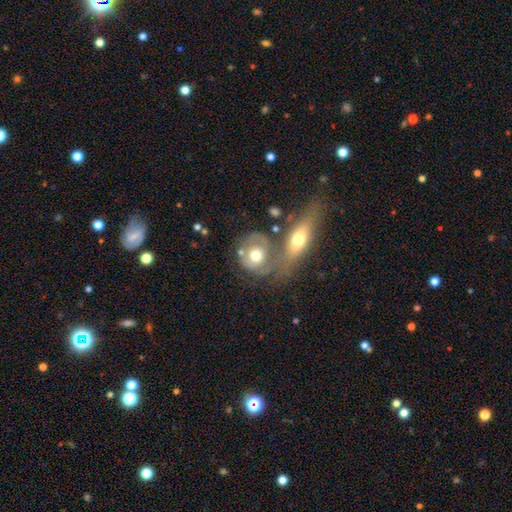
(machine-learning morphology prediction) smooth_or_featured: featured or disk (p=0.48) [alt: smooth p=0.46]
merging: merger (p=0.45) [alt: none p=0.31]